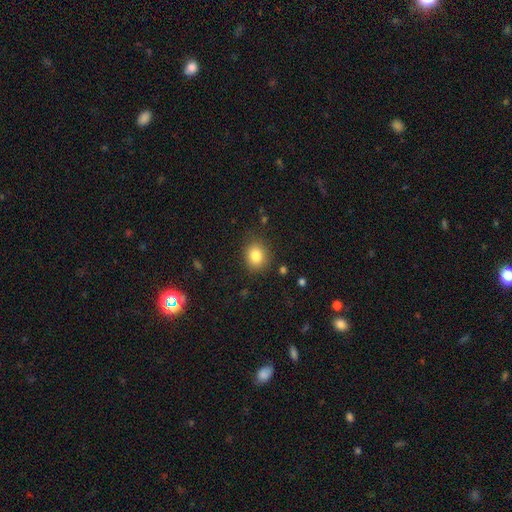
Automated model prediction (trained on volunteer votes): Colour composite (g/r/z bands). It shows a smooth galaxy with no disk features (83%) that is round (69%). Merging: none (85%).